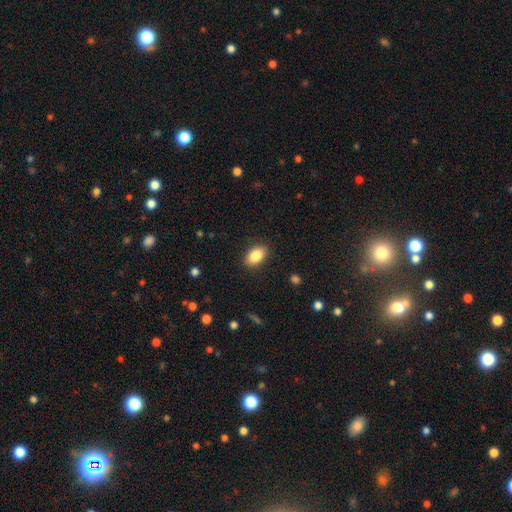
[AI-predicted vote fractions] Morphology: type=smooth (85%); roundness=in between (90%); merging=none (88%).